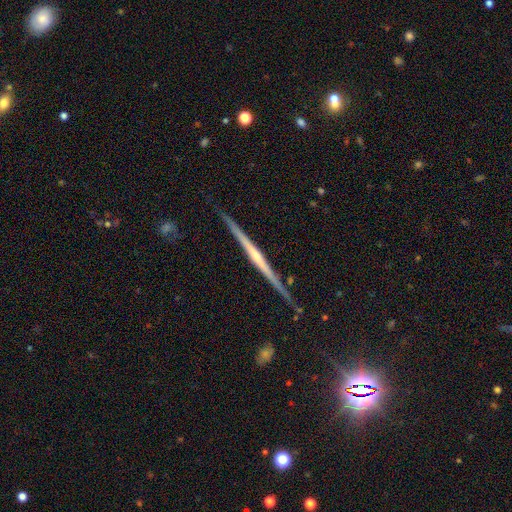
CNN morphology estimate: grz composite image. It shows a featured or disk galaxy (80%) viewed edge-on (98%) with a rounded central bulge (58%). Merging: none (90%).